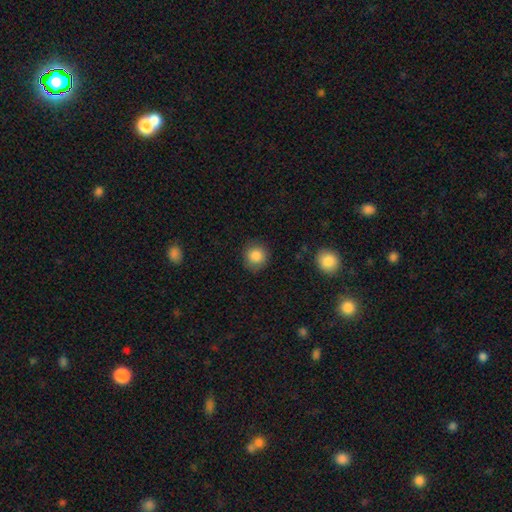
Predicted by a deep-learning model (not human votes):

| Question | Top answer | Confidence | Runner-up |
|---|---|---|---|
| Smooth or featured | smooth | 86% | star or artifact (10%) |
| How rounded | round | 91% | in between (8%) |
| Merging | none | 87% | minor disturbance (9%) |